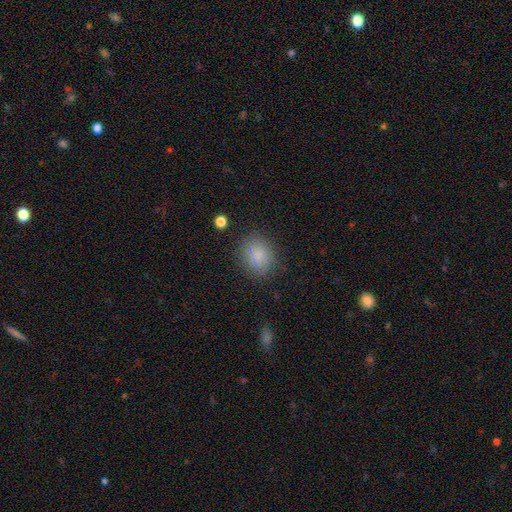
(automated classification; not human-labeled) This is clearly a smooth galaxy (85%). How rounded: possibly round (54%). Merging: clearly none (86%).